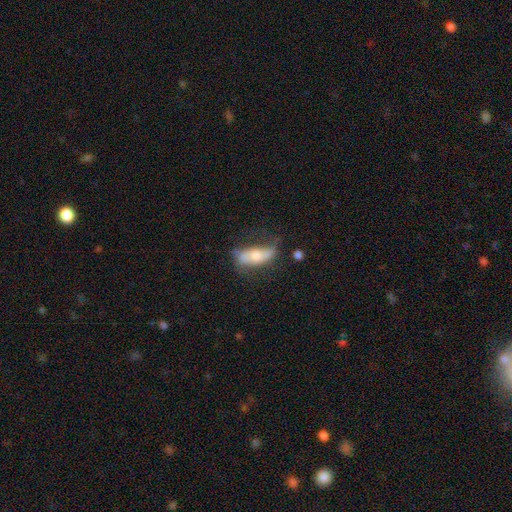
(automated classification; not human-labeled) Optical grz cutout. It shows a smooth galaxy with no disk features (54%) that is in between round and cigar-shaped (71%). Merging: none (50%).